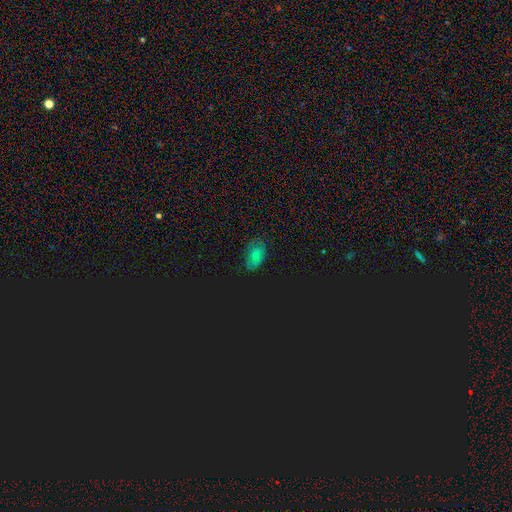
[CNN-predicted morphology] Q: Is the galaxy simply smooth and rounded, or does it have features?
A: star or artifact — 50%.